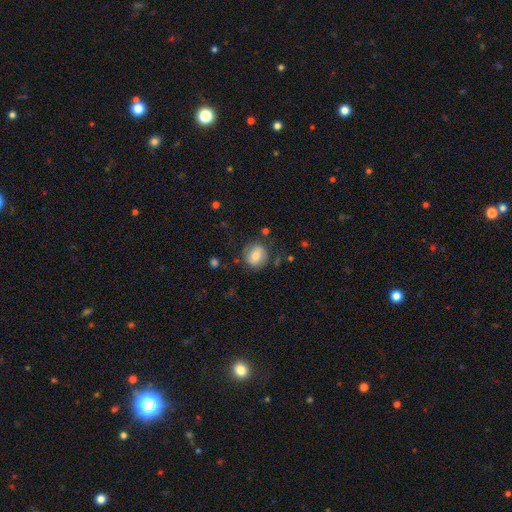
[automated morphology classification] smooth 73%, featured or disk 18%, star or artifact 8%. Down the decision tree: how rounded — round (76%); merging — none (75%).